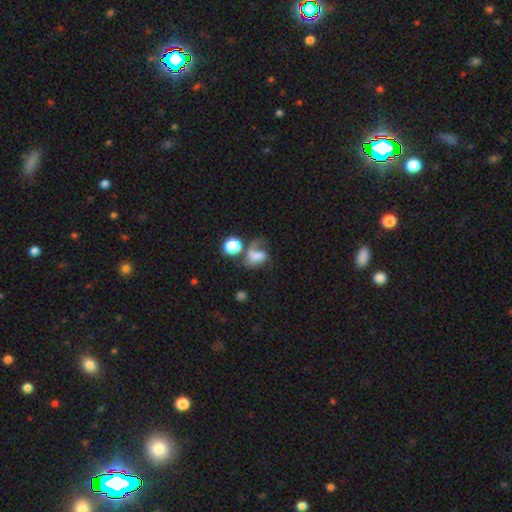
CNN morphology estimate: A smooth galaxy with no disk features (51%) that is in between round and cigar-shaped (64%).

Vote fractions:
- Smooth or featured? smooth: 51% / featured or disk: 35% / star or artifact: 14%
- How rounded? in between: 64% / round: 34% / cigar-shaped: 2%
- Merging? major disturbance: 34% / merger: 29% / none: 23% / minor disturbance: 15%